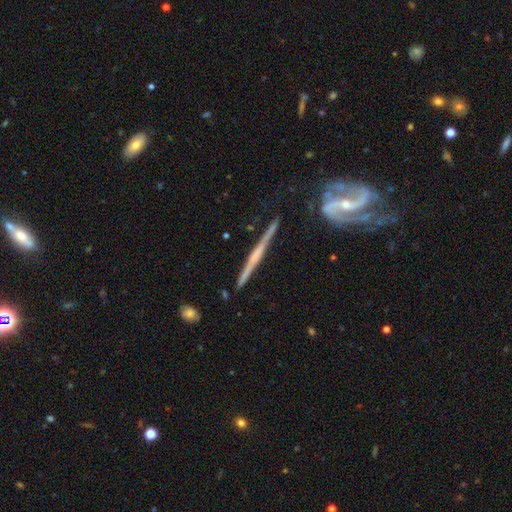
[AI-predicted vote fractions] Morphology: type=featured or disk (77%); edge-on=yes (97%); edge-on bulge=none (47%); merging=none (85%).